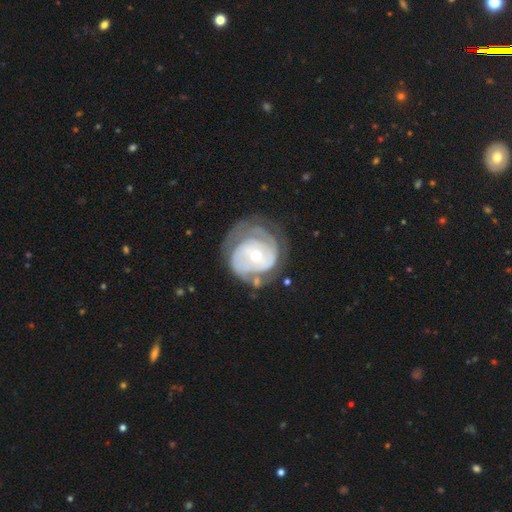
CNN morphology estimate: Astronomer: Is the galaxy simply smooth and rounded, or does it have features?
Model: featured or disk — 81%.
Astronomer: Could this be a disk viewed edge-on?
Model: no — 98%.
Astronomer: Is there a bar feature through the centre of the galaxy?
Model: no — 72%.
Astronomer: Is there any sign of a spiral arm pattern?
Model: yes — 86%.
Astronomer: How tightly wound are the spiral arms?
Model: tight — 71%.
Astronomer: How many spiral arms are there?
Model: can't tell — 37% (runner-up: 2, 33%).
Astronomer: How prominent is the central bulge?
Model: moderate — 63%.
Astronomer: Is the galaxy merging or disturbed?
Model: none — 54%.